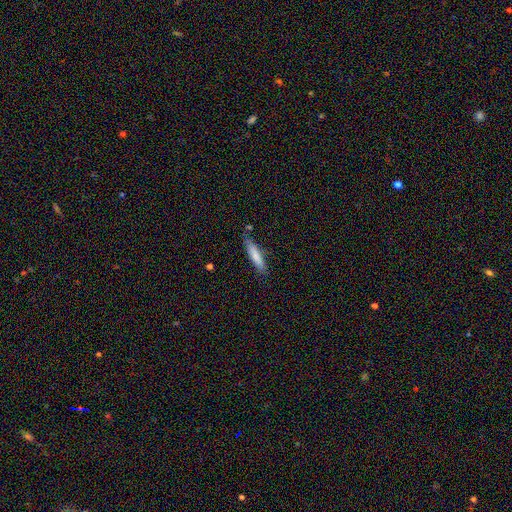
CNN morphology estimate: Smooth or featured: smooth — 78% (featured or disk — 16%)
How rounded: cigar-shaped — 85% (in between — 14%)
Merging: none — 78% (minor disturbance — 16%)